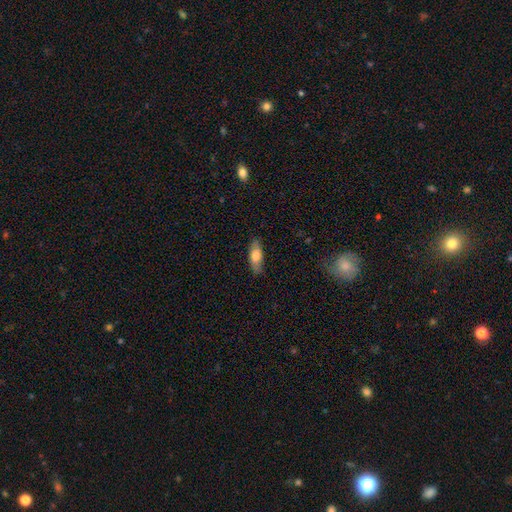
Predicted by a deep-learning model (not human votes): Smooth or featured: smooth — 69% (featured or disk — 24%)
How rounded: in between — 69% (cigar-shaped — 28%)
Merging: none — 84% (minor disturbance — 13%)